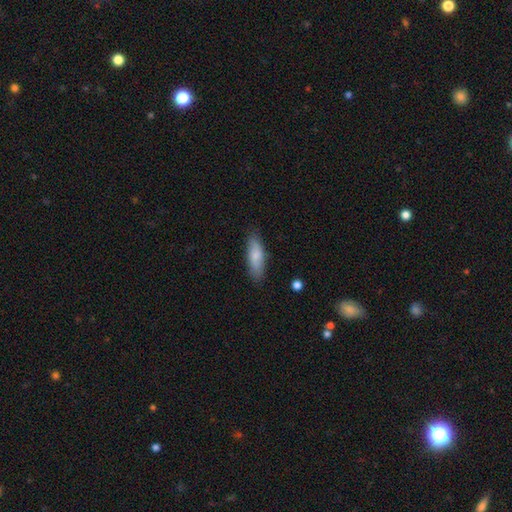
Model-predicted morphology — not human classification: Smooth or featured: smooth — 78% (featured or disk — 16%)
How rounded: in between — 56% (cigar-shaped — 42%)
Merging: none — 81% (minor disturbance — 15%)